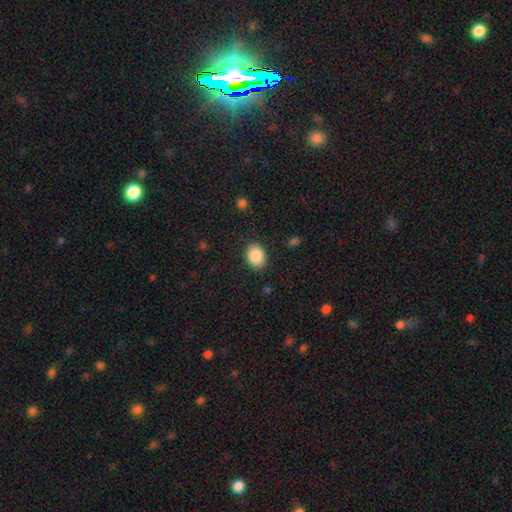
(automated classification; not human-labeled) A smooth galaxy with no disk features (87%) that is in between round and cigar-shaped (67%). Merging: none (88%).